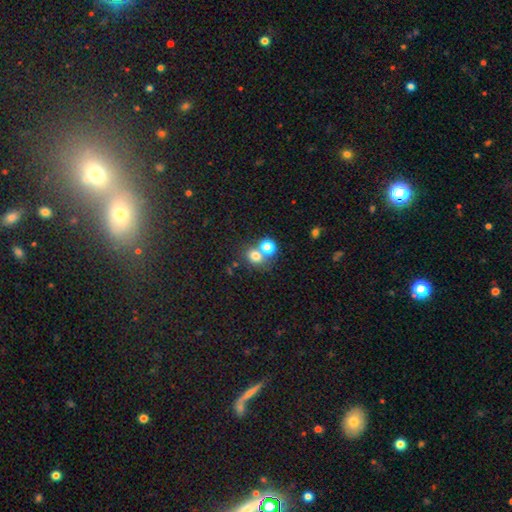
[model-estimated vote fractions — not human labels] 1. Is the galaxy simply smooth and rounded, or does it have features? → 75% smooth, 15% star or artifact, 10% featured or disk.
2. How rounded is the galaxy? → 64% round, 35% in between, 1% cigar-shaped.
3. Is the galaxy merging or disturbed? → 45% none, 44% merger, 8% minor disturbance, 4% major disturbance.